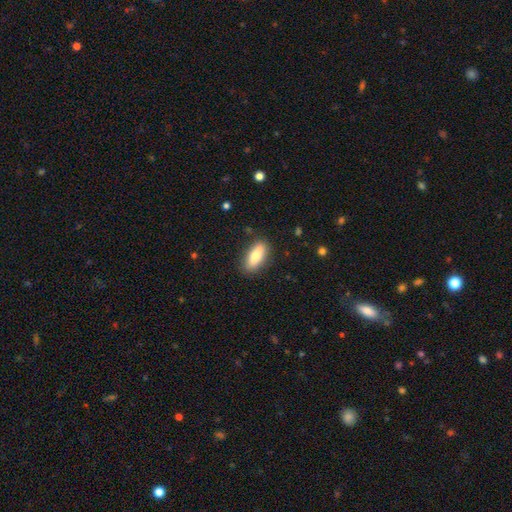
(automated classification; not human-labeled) smooth_or_featured: smooth (p=0.79) [alt: featured or disk p=0.15]
how_rounded: in between (p=0.75) [alt: cigar-shaped p=0.22]
merging: none (p=0.85) [alt: minor disturbance p=0.11]